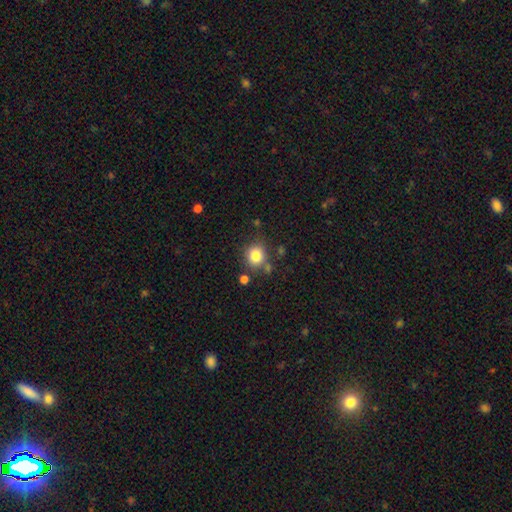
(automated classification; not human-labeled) Q: Smooth or featured?
A: smooth (82%); runner-up: star or artifact (11%)
Q: How rounded?
A: round (81%); runner-up: in between (18%)
Q: Merging?
A: none (75%); runner-up: minor disturbance (12%)